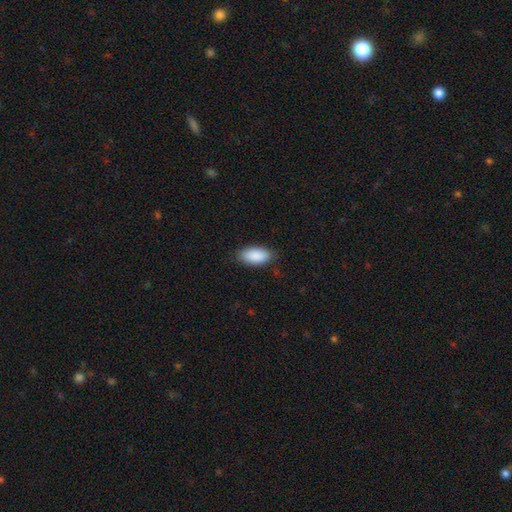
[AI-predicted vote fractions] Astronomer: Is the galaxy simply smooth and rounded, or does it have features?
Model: smooth — 90%.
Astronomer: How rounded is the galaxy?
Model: in between — 93%.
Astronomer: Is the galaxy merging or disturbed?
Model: none — 83%.